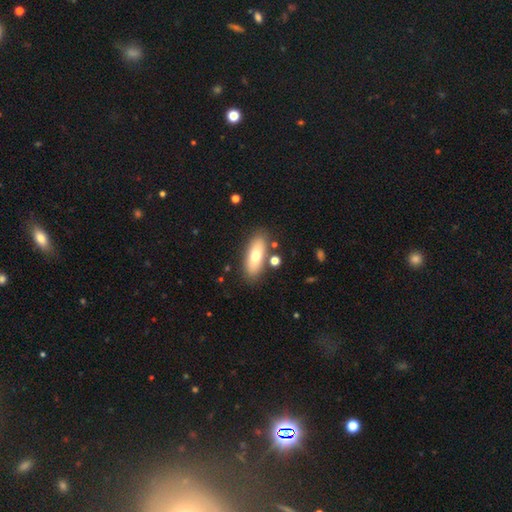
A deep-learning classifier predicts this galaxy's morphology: Smooth or featured: smooth — 72% (featured or disk — 21%)
How rounded: in between — 74% (cigar-shaped — 23%)
Merging: none — 81% (minor disturbance — 11%)